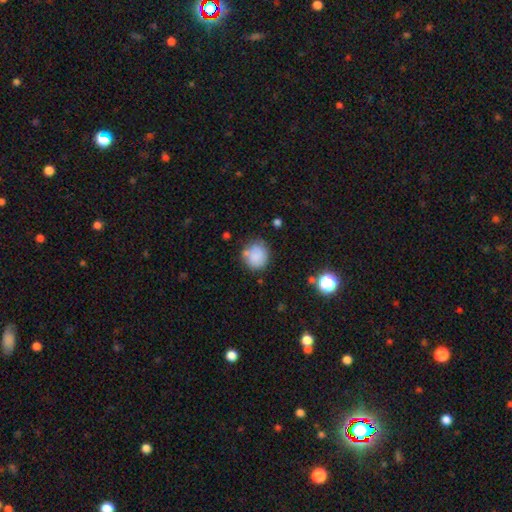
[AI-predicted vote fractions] smooth-or-featured: smooth: 82% | star or artifact: 10% | featured or disk: 8%
  how-rounded: round: 82% | in between: 17% | cigar-shaped: 1%
  merging: none: 69% | minor disturbance: 19% | merger: 7% | major disturbance: 6%